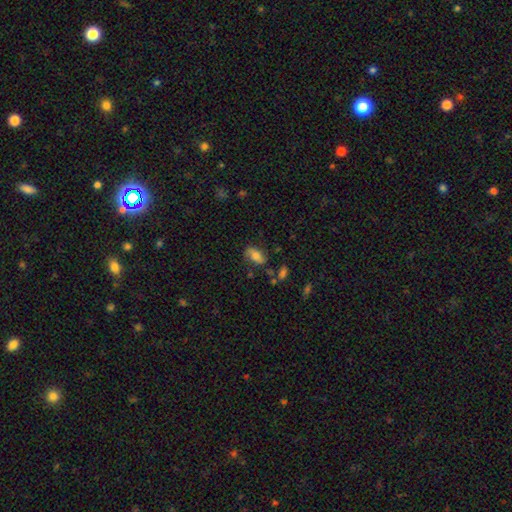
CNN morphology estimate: Overall: smooth (63%; featured or disk 28%). How rounded: in between (89%). Merging: none (63%; minor disturbance 23%).